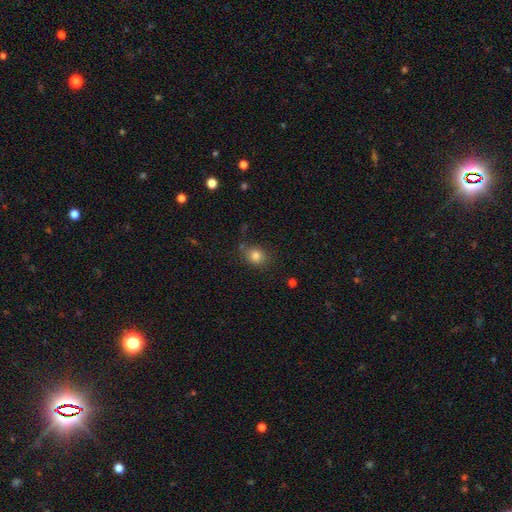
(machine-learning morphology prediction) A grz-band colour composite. It shows a smooth galaxy with no disk features (82%) that is round (69%). Merging: none (74%).